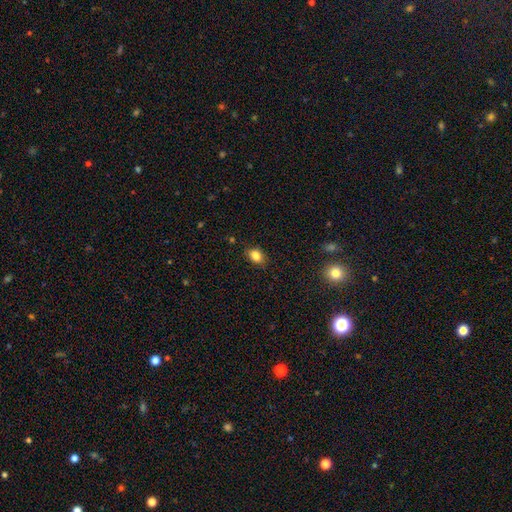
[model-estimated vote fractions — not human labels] This is clearly a smooth galaxy (85%). How rounded: likely in between (74%). Merging: clearly none (82%).